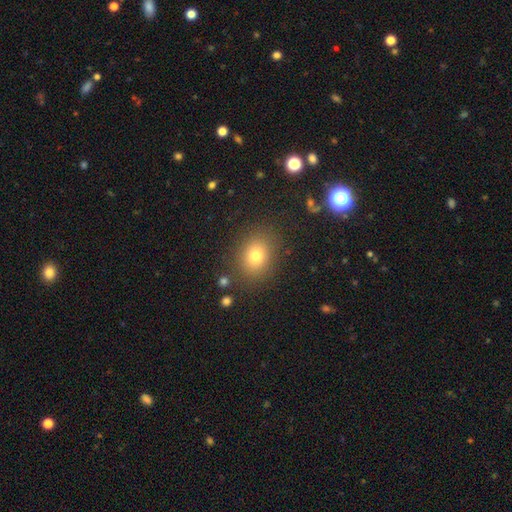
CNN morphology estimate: type=smooth (76%); roundness=round (50%); merging=none (87%).